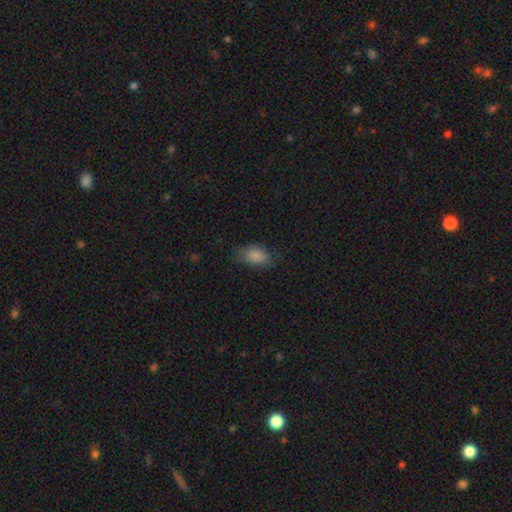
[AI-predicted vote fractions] Morphology: type=smooth (86%); roundness=in between (91%); merging=none (72%).